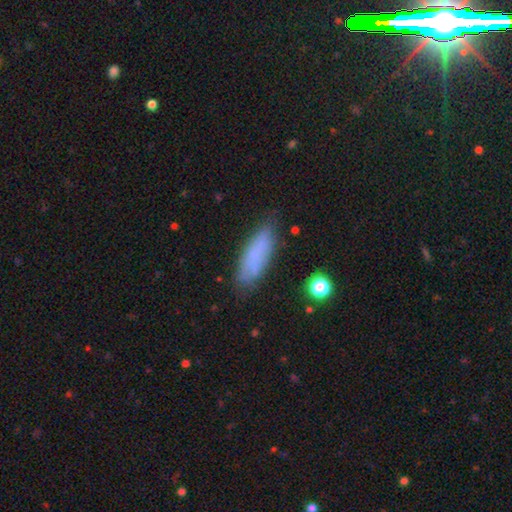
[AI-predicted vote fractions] This is likely a smooth galaxy (75%). How rounded: possibly in between (50%). Merging: likely none (75%).